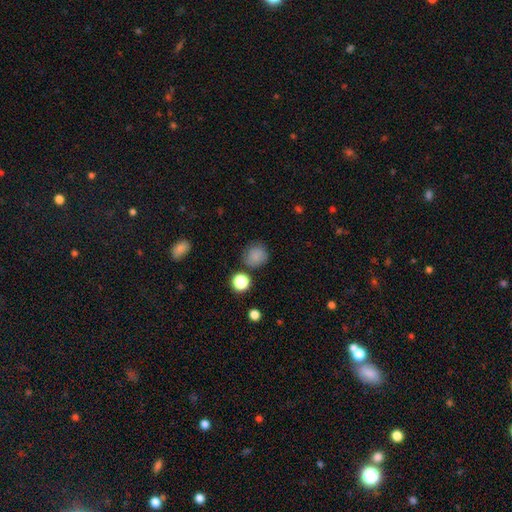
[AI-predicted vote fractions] Smooth or featured? smooth (81%)
How rounded? round (84%)
Merging? none (76%)